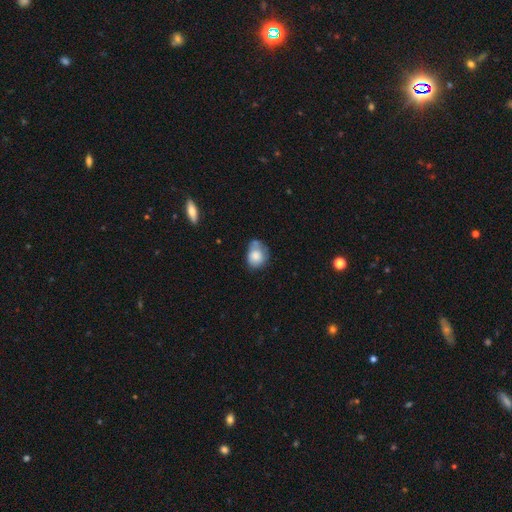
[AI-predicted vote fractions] A smooth galaxy with no disk features (77%) that is in between round and cigar-shaped (50%).

Vote fractions:
- Smooth or featured? smooth: 77% / featured or disk: 15% / star or artifact: 8%
- How rounded? in between: 50% / round: 49% / cigar-shaped: 1%
- Merging? none: 41% / minor disturbance: 32% / merger: 16% / major disturbance: 11%